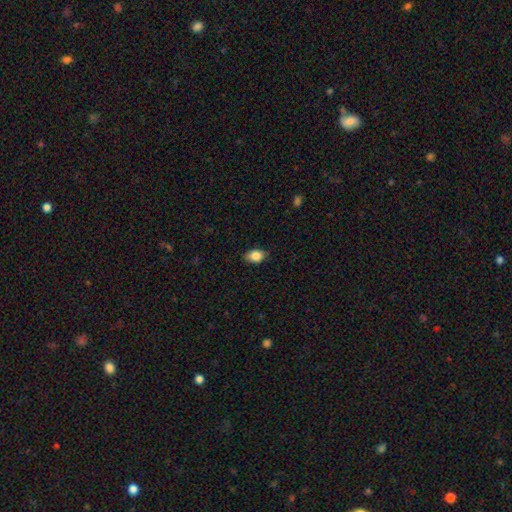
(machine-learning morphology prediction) smooth-or-featured: smooth: 86% | star or artifact: 8% | featured or disk: 6%
  how-rounded: in between: 80% | round: 19% | cigar-shaped: 1%
  merging: none: 83% | minor disturbance: 14% | major disturbance: 2% | merger: 1%